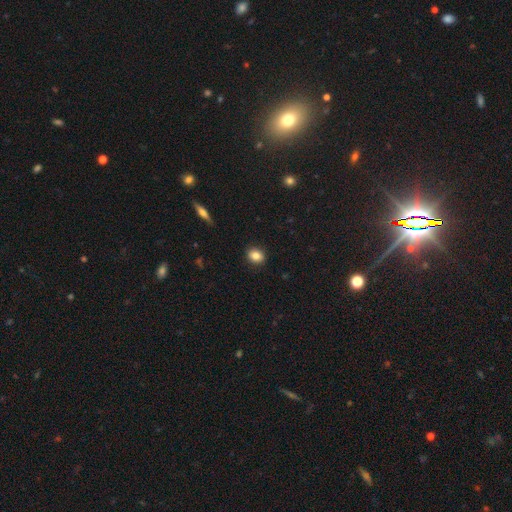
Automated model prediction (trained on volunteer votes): The model was most divided on "how rounded": round: 59%, in between: 39%, cigar-shaped: 1%. More confident: merging — none (90%); smooth or featured — smooth (84%).